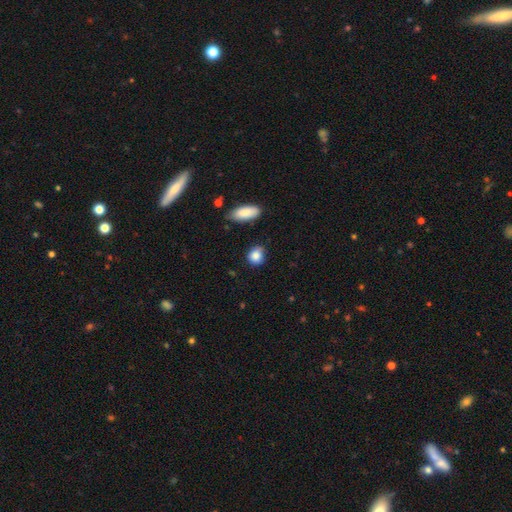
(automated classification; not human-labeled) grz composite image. It shows a smooth galaxy with no disk features (86%) that is round (68%). Merging: none (69%).